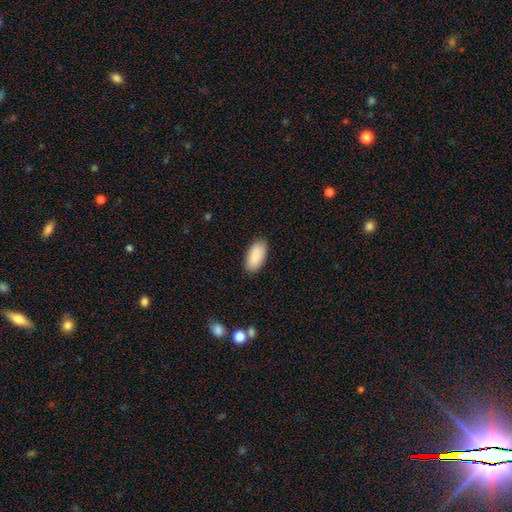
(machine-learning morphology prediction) Q: Smooth or featured?
A: smooth (90%); runner-up: star or artifact (6%)
Q: How rounded?
A: in between (94%); runner-up: cigar-shaped (4%)
Q: Merging?
A: none (87%); runner-up: minor disturbance (10%)